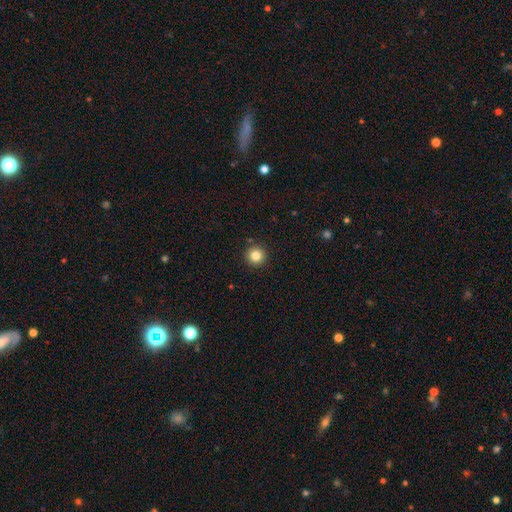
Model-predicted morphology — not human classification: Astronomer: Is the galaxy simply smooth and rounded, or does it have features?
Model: smooth — 83%.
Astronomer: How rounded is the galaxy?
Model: round — 96%.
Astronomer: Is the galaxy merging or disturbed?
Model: none — 91%.